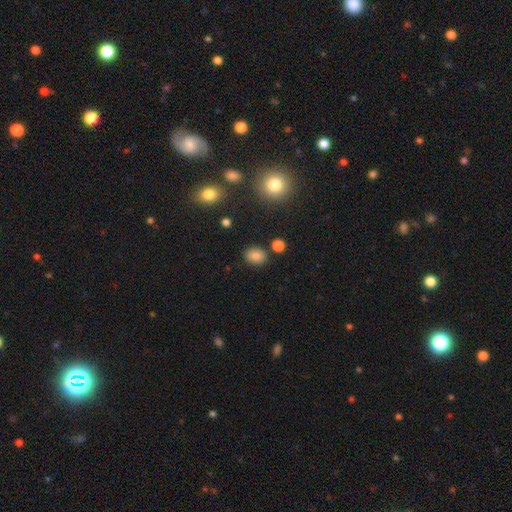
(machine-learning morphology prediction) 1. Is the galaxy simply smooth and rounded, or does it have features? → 82% smooth, 12% star or artifact, 6% featured or disk.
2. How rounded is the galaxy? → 54% in between, 45% round, 1% cigar-shaped.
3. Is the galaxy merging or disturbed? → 84% none, 10% minor disturbance, 4% merger, 3% major disturbance.